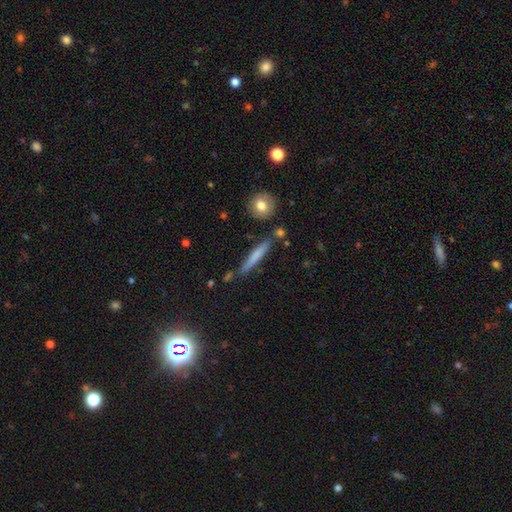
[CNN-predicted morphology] Smooth or featured? smooth (63%)
How rounded? cigar-shaped (93%)
Merging? none (79%)